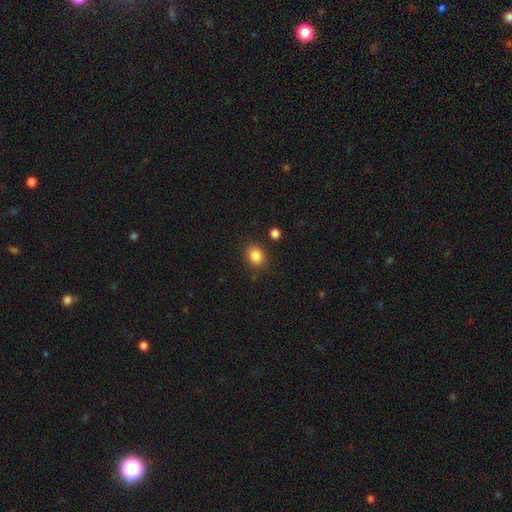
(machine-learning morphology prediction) smooth 85%, star or artifact 10%, featured or disk 5%. Down the decision tree: how rounded — round (58%); merging — none (85%).